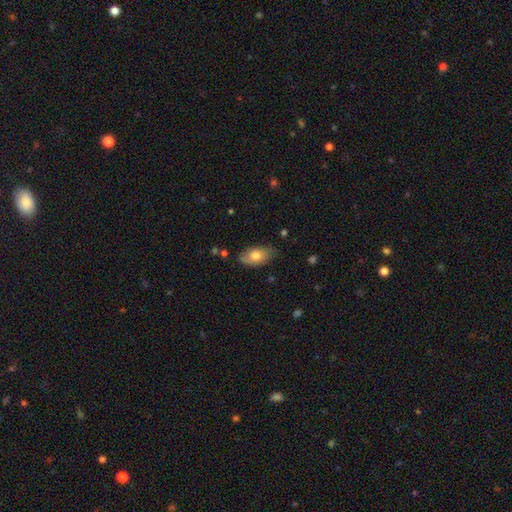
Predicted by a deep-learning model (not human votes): smooth 73%, featured or disk 20%, star or artifact 7%. Down the decision tree: how rounded — in between (92%); merging — none (72%).